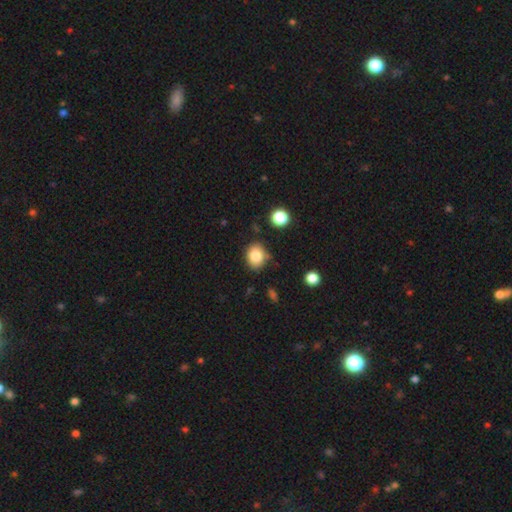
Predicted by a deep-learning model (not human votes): Smooth or featured: smooth — 82% (star or artifact — 10%)
How rounded: round — 52% (in between — 47%)
Merging: none — 77% (minor disturbance — 15%)